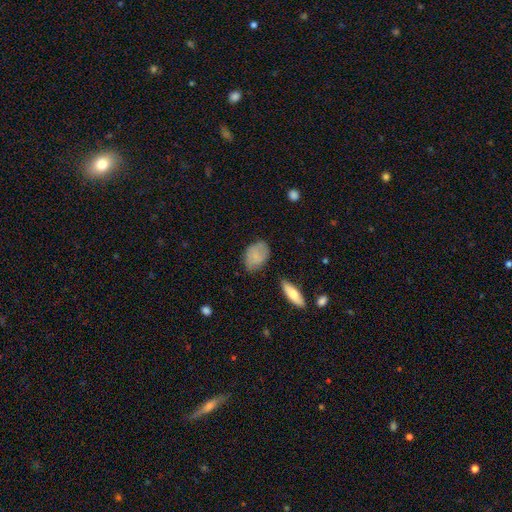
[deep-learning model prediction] smooth 79%, featured or disk 14%, star or artifact 7%. Down the decision tree: how rounded — in between (81%); merging — none (71%).